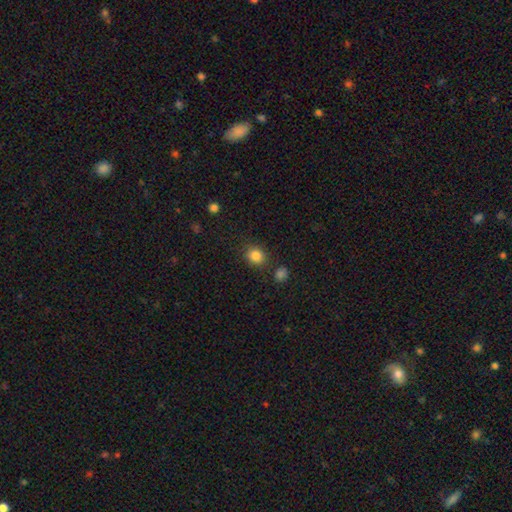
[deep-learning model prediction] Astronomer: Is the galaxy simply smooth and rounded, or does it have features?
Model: smooth — 84%.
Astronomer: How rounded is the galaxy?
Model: round — 70%.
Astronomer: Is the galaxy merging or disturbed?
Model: none — 81%.